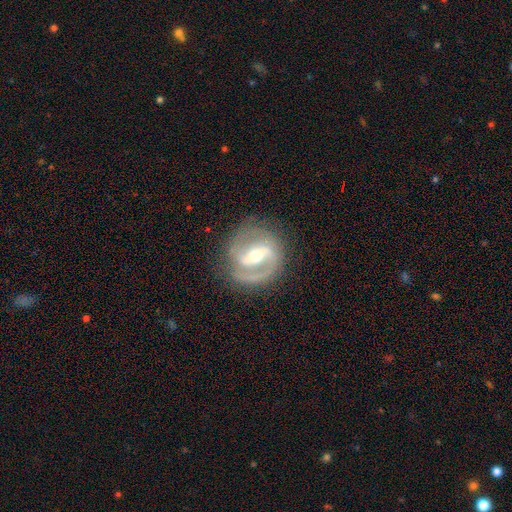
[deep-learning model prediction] Q: Smooth or featured?
A: featured or disk (87%); runner-up: smooth (7%)
Q: Edge-on disk?
A: no (97%); runner-up: yes (3%)
Q: Bar?
A: strong (50%); runner-up: weak (36%)
Q: Spiral arms?
A: yes (94%); runner-up: no (6%)
Q: Spiral winding?
A: medium (49%); runner-up: tight (35%)
Q: Spiral arm count?
A: 2 (76%); runner-up: 1 (12%)
Q: Bulge size?
A: moderate (59%); runner-up: small (36%)
Q: Merging?
A: none (77%); runner-up: minor disturbance (14%)